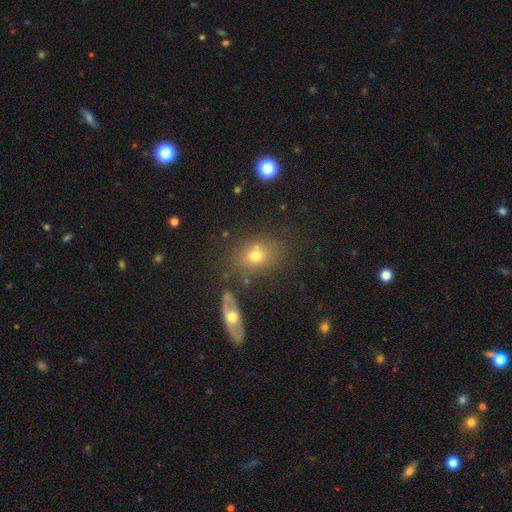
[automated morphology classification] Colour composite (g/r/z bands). It shows a smooth galaxy with no disk features (67%) that is in between round and cigar-shaped (58%). Merging: none (67%).